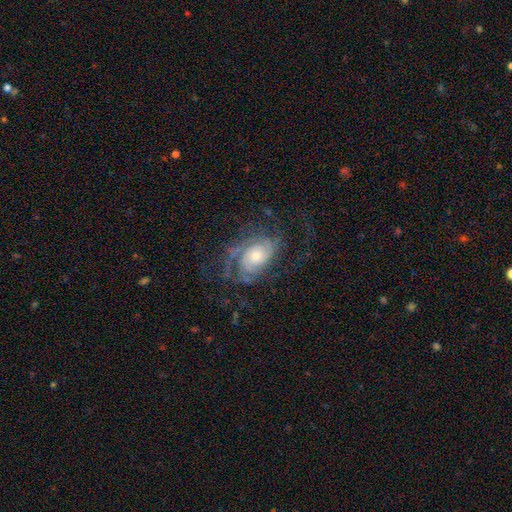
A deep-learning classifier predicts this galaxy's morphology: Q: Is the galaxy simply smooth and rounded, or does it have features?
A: featured or disk — 84%.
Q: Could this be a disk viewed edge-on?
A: no — 96%.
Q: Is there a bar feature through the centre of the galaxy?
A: no — 75%.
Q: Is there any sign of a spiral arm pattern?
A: yes — 94%.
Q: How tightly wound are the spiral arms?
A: tight — 56%.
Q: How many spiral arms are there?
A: can't tell — 32%.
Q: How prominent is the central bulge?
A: moderate — 51%.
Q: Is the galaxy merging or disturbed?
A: none — 62%.